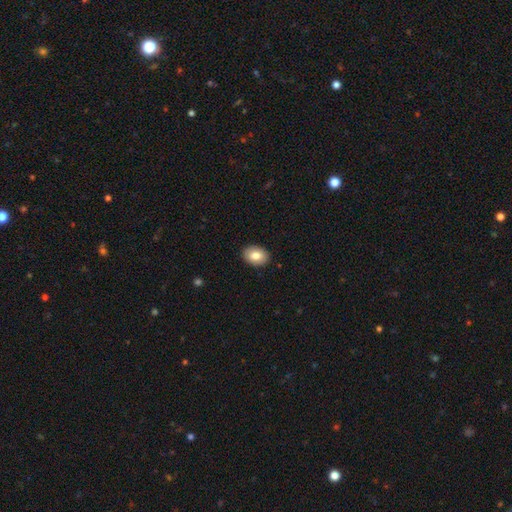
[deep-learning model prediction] smooth-or-featured: smooth: 83% | featured or disk: 10% | star or artifact: 7%
  how-rounded: in between: 81% | round: 18% | cigar-shaped: 1%
  merging: none: 90% | minor disturbance: 7% | major disturbance: 2% | merger: 1%